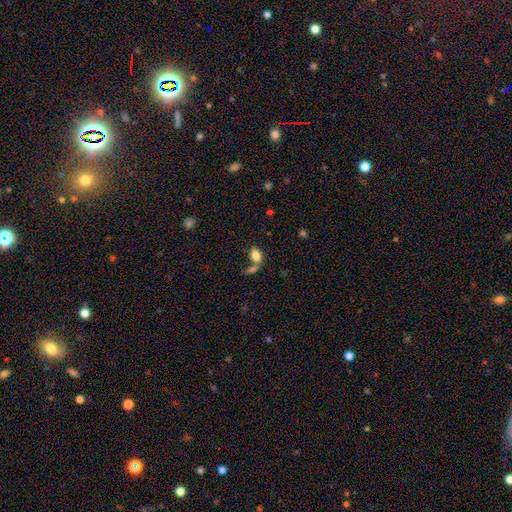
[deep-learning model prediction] Smooth or featured?
  - smooth: 82% *
  - star or artifact: 9%
  - featured or disk: 9%
How rounded?
  - in between: 87% *
  - round: 11%
  - cigar-shaped: 2%
Merging?
  - none: 45% *
  - merger: 37%
  - minor disturbance: 12%
  - major disturbance: 6%